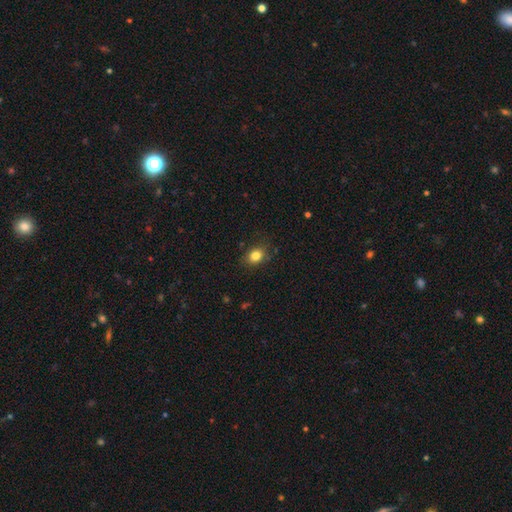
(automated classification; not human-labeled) A smooth galaxy with no disk features (82%) that is in between round and cigar-shaped (60%).

Vote fractions:
- Smooth or featured? smooth: 82% / star or artifact: 11% / featured or disk: 7%
- How rounded? in between: 60% / round: 39% / cigar-shaped: 1%
- Merging? none: 82% / minor disturbance: 14% / major disturbance: 3% / merger: 1%